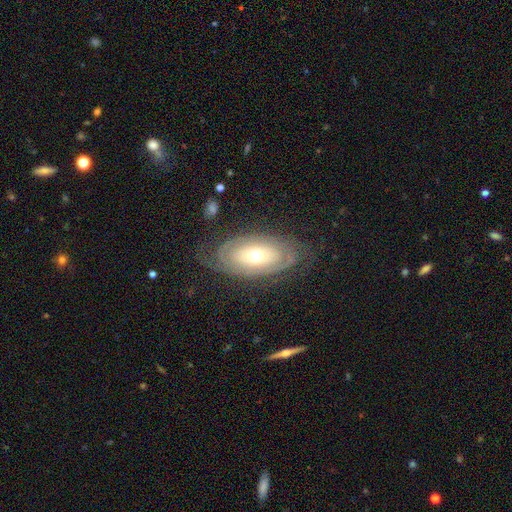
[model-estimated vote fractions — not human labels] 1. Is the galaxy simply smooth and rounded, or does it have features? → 72% featured or disk, 23% smooth, 6% star or artifact.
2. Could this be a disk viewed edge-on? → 91% no, 9% yes.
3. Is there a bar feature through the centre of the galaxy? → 84% no, 11% weak, 5% strong.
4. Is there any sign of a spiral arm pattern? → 67% yes, 33% no.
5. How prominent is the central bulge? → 69% moderate, 16% large, 12% small, 2% dominant, 1% none.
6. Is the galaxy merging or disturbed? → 72% none, 16% minor disturbance, 10% major disturbance, 2% merger.